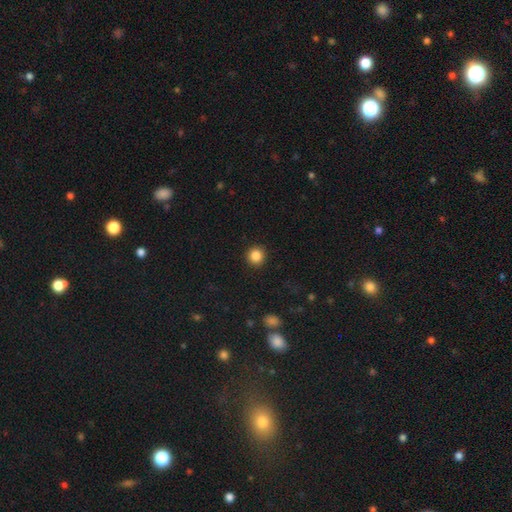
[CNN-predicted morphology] A smooth galaxy with no disk features (86%) that is round (93%). Merging: none (92%).